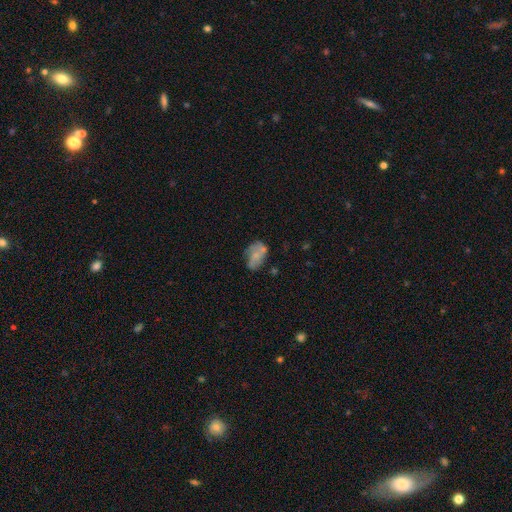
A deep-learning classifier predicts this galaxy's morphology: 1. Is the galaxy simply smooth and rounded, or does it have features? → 48% smooth, 42% featured or disk, 10% star or artifact.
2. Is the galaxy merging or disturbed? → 44% none, 27% minor disturbance, 20% major disturbance, 8% merger.